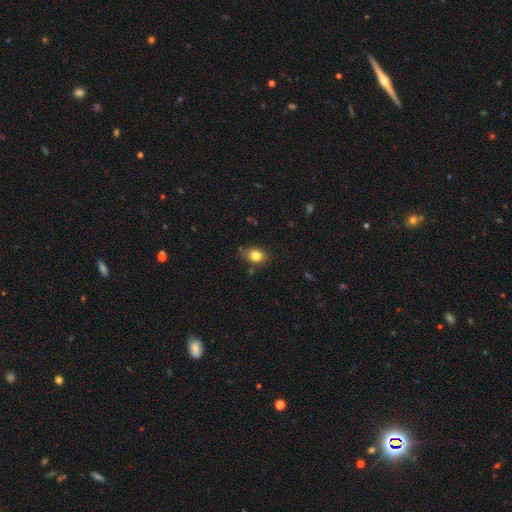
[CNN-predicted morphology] smooth_or_featured: smooth (p=0.82) [alt: star or artifact p=0.10]
how_rounded: in between (p=0.62) [alt: round p=0.36]
merging: none (p=0.79) [alt: minor disturbance p=0.16]